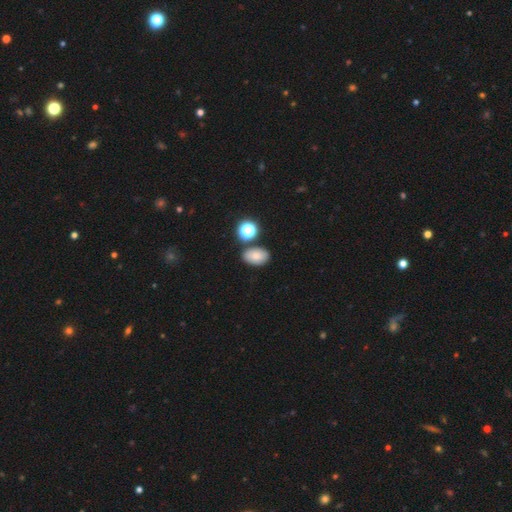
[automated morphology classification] This is likely a smooth galaxy (77%). How rounded: clearly in between (86%). Merging: likely none (77%).